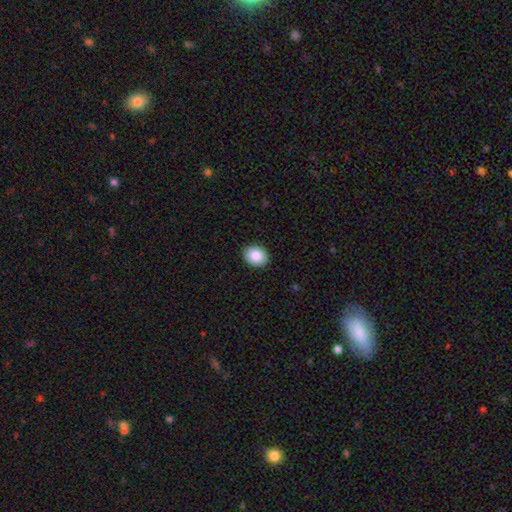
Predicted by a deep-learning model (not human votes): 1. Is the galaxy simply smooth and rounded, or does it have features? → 87% smooth, 8% star or artifact, 5% featured or disk.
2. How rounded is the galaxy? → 50% round, 49% in between, 1% cigar-shaped.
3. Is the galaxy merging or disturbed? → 90% none, 8% minor disturbance, 2% major disturbance, 1% merger.